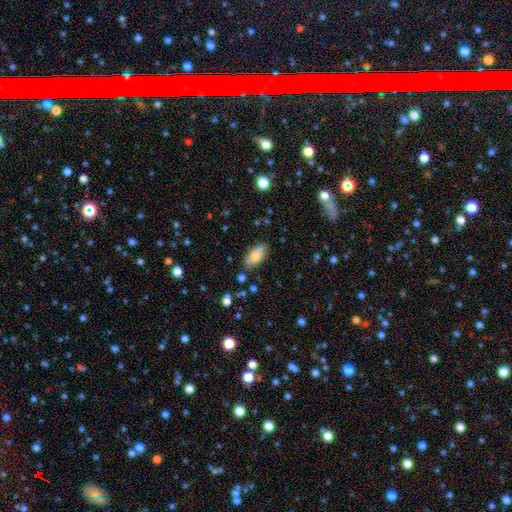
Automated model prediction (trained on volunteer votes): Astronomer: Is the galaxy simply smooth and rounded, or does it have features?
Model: smooth — 70%.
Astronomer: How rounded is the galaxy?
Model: in between — 89%.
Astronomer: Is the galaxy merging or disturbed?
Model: none — 68%.